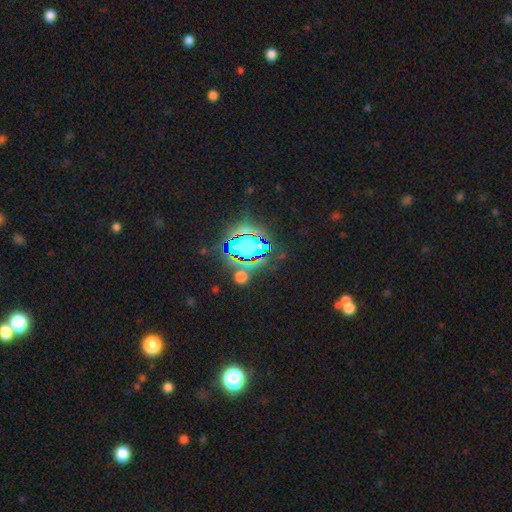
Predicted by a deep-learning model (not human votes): Q: Smooth or featured?
A: star or artifact (81%); runner-up: smooth (11%)